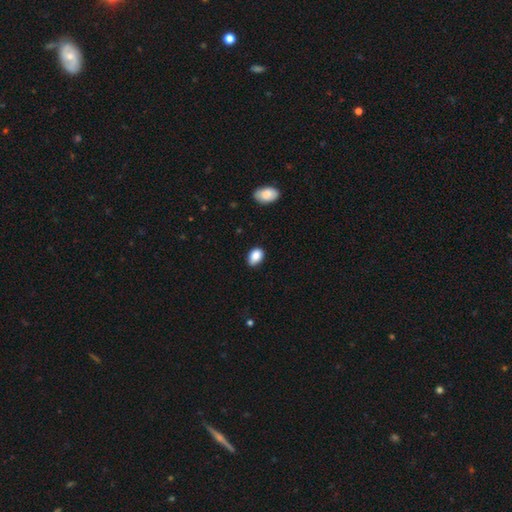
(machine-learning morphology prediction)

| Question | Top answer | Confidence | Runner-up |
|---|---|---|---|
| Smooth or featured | smooth | 88% | star or artifact (8%) |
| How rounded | in between | 85% | round (13%) |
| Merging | none | 79% | minor disturbance (17%) |